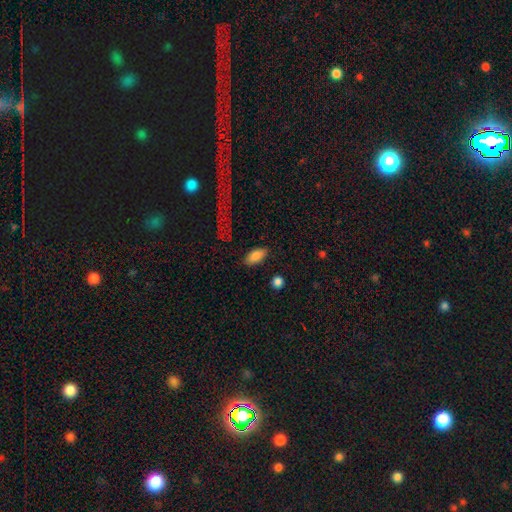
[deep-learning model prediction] The model was most divided on "merging": none: 84%, minor disturbance: 11%, major disturbance: 3%, merger: 3%. More confident: how rounded — in between (89%); smooth or featured — smooth (85%).